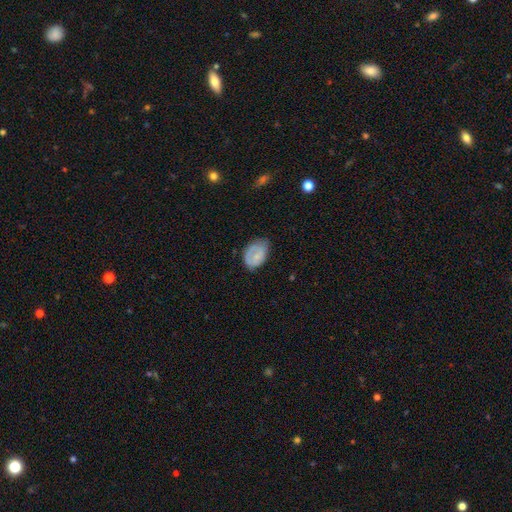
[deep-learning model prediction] Smooth or featured?
  - smooth: 59% *
  - featured or disk: 35%
  - star or artifact: 7%
How rounded?
  - in between: 79% *
  - round: 20%
  - cigar-shaped: 1%
Merging?
  - none: 52% *
  - minor disturbance: 34%
  - major disturbance: 13%
  - merger: 2%